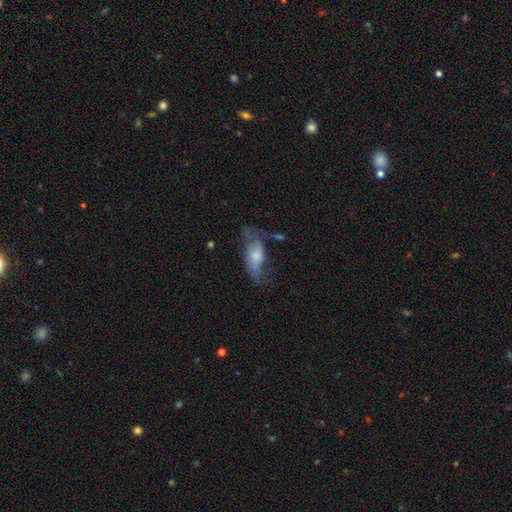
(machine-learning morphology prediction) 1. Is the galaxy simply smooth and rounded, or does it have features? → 56% smooth, 36% featured or disk, 8% star or artifact.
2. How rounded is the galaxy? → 82% in between, 14% cigar-shaped, 4% round.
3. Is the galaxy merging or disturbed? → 40% none, 30% minor disturbance, 25% major disturbance, 5% merger.